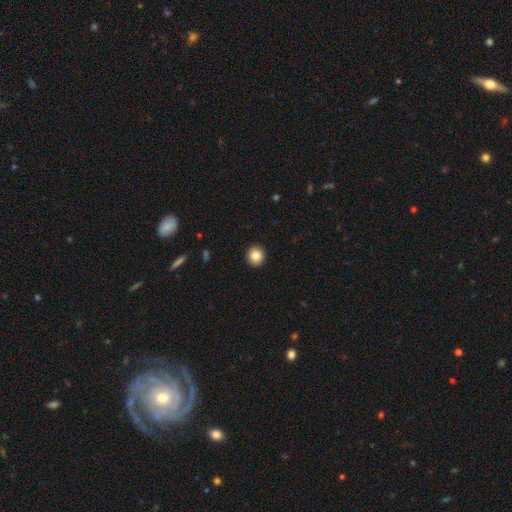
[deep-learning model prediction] Smooth or featured: smooth — 85% (star or artifact — 9%)
How rounded: round — 92% (in between — 7%)
Merging: none — 93% (minor disturbance — 5%)